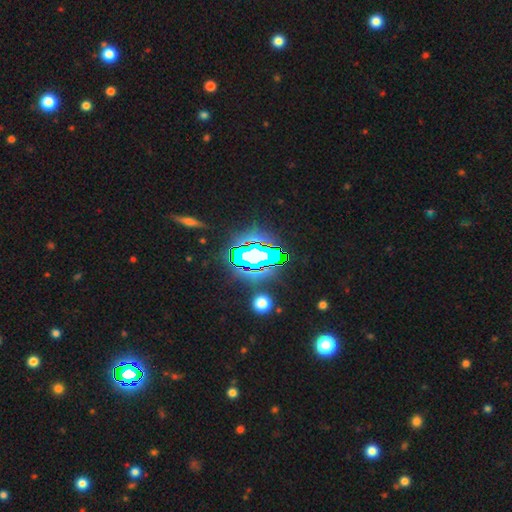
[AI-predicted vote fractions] This is likely a star or artifact rather than a galaxy (71%).